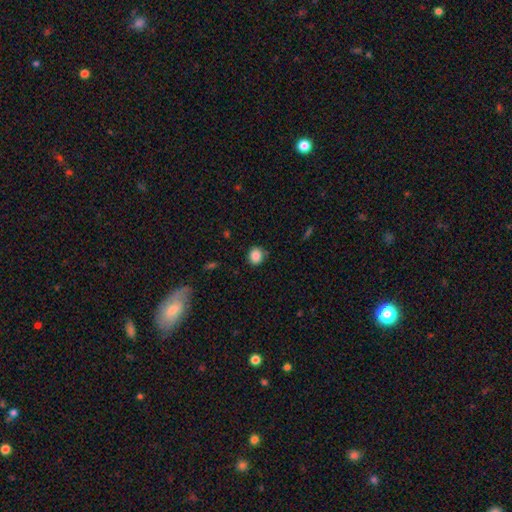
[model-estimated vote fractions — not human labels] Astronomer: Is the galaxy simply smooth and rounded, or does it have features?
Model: smooth — 87%.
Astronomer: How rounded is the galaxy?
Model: round — 76%.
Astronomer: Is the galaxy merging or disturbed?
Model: none — 84%.